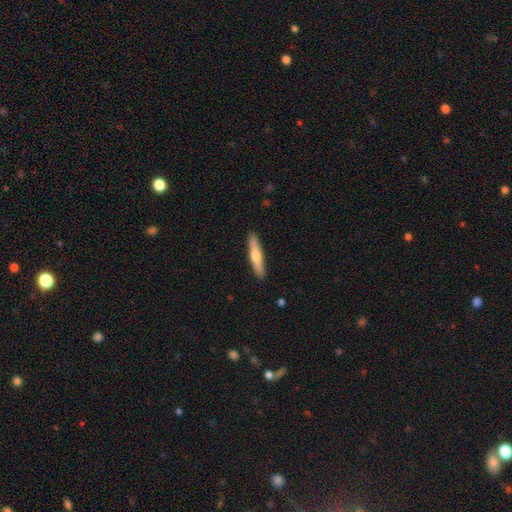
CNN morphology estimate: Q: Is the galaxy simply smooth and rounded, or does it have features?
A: smooth — 52%.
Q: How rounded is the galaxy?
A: cigar-shaped — 89%.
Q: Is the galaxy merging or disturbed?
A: none — 91%.